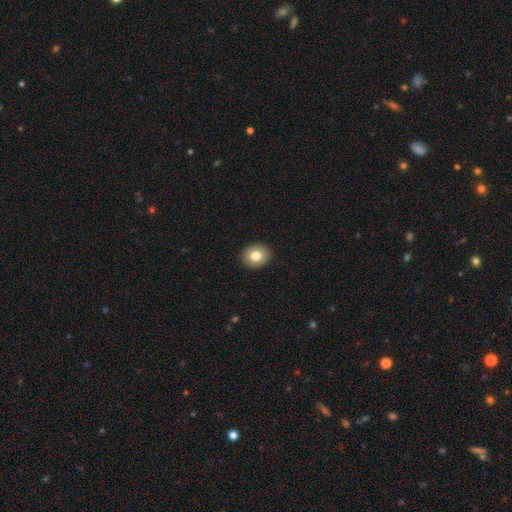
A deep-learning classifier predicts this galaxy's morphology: Smooth or featured? Predicted: smooth (p=0.81). How rounded? Predicted: round (p=0.61). Merging? Predicted: none (p=0.92).